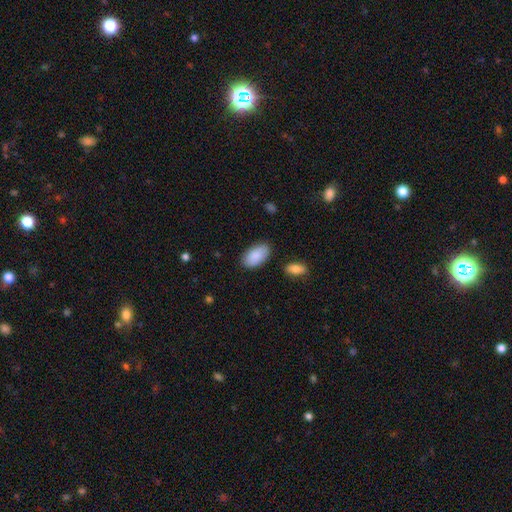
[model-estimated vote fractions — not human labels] A smooth galaxy with no disk features (89%) that is in between round and cigar-shaped (95%). Merging: none (84%).